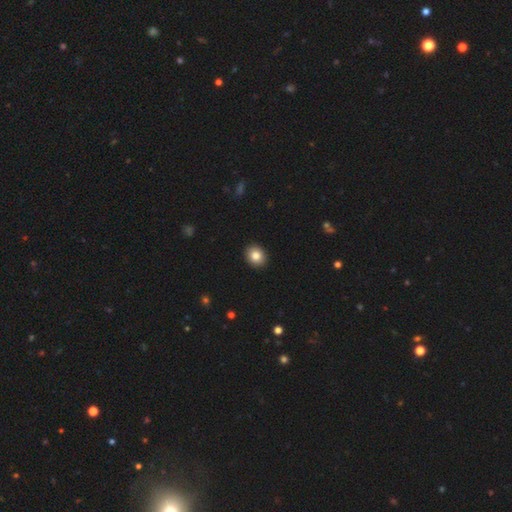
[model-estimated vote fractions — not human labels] This appears to be a smooth galaxy with no disk features (84%) that is round (67%). Merging: none (92%).